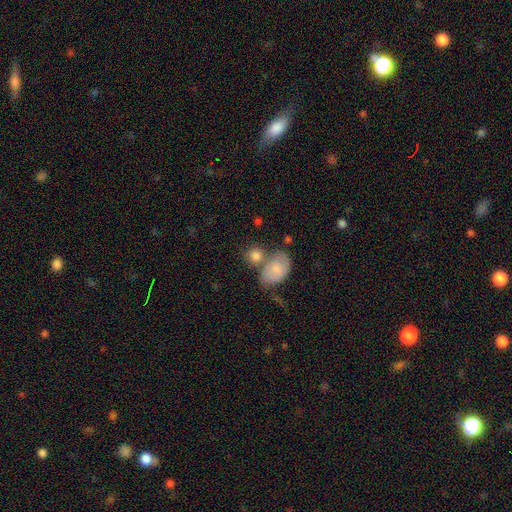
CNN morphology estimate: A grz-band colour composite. It shows a smooth galaxy with no disk features (82%) that is round (68%). Merging: none (48%).